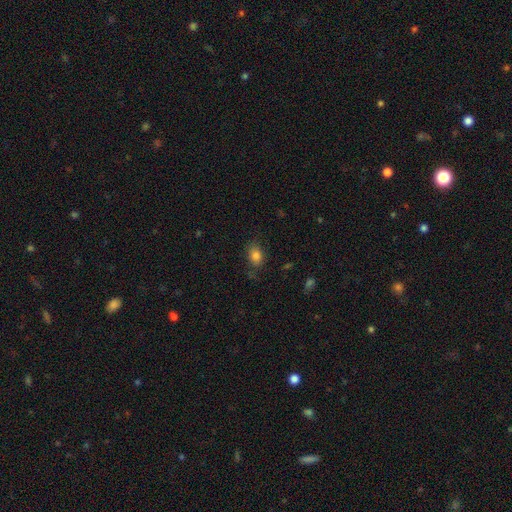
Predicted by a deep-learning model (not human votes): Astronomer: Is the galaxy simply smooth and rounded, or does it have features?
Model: smooth — 81%.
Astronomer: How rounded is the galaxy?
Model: in between — 78%.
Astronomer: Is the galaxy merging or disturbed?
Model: none — 73%.